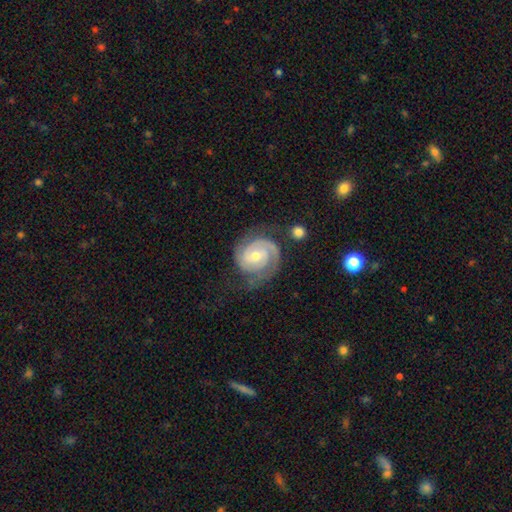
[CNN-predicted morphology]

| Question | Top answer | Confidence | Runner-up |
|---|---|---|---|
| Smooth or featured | featured or disk | 88% | smooth (7%) |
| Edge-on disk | no | 98% | yes (2%) |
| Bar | no | 58% | weak (35%) |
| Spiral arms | yes | 98% | no (2%) |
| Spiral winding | tight | 70% | medium (25%) |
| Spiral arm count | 2 | 66% | 3 (11%) |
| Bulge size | moderate | 55% | small (41%) |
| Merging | none | 68% | minor disturbance (19%) |